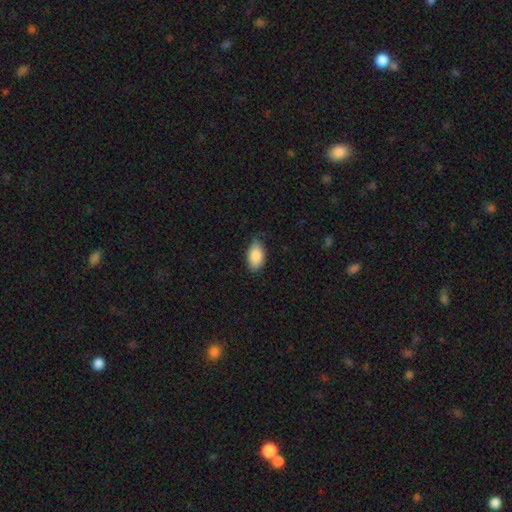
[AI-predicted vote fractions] This appears to be a smooth galaxy with no disk features (88%) that is in between round and cigar-shaped (94%). Merging: none (76%).